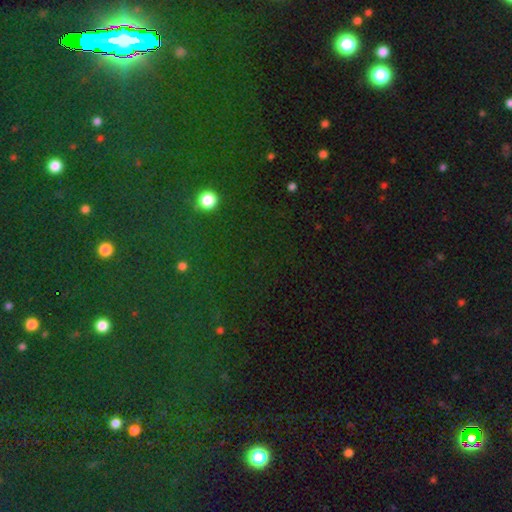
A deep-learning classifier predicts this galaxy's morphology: Smooth or featured?
  - star or artifact: 77% *
  - smooth: 16%
  - featured or disk: 8%